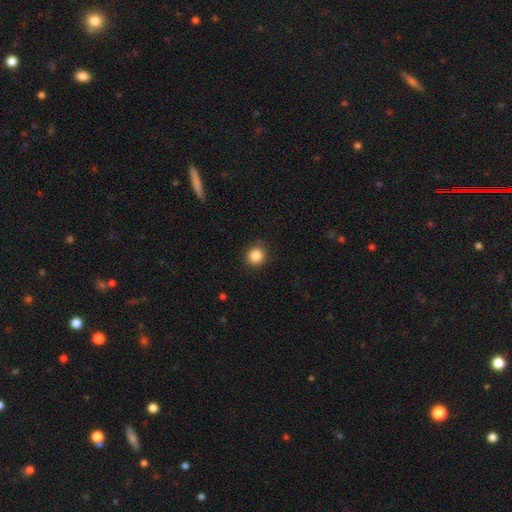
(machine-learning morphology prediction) A smooth galaxy with no disk features (86%) that is round (88%).

Vote fractions:
- Smooth or featured? smooth: 86% / star or artifact: 10% / featured or disk: 4%
- How rounded? round: 88% / in between: 11% / cigar-shaped: 1%
- Merging? none: 87% / minor disturbance: 9% / major disturbance: 2% / merger: 1%